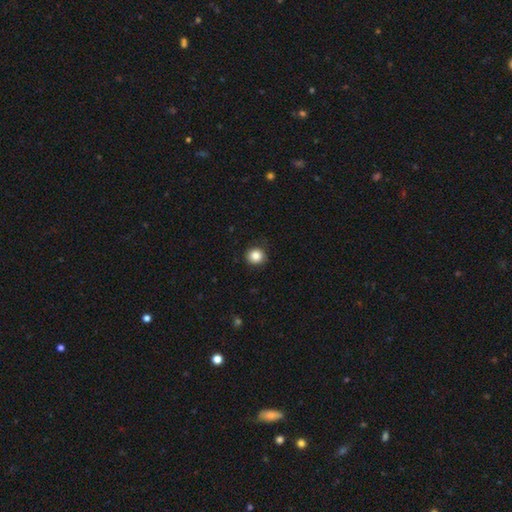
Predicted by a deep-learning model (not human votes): Overall: smooth (86%). How rounded: round (89%). Merging: none (89%).